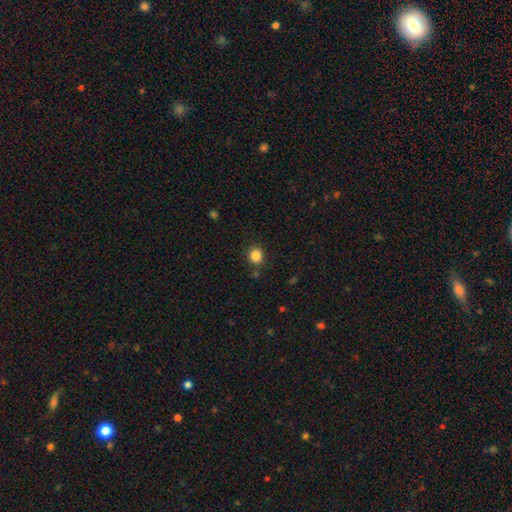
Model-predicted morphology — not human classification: Q: Smooth or featured?
A: smooth (85%); runner-up: star or artifact (11%)
Q: How rounded?
A: round (81%); runner-up: in between (18%)
Q: Merging?
A: none (84%); runner-up: minor disturbance (9%)